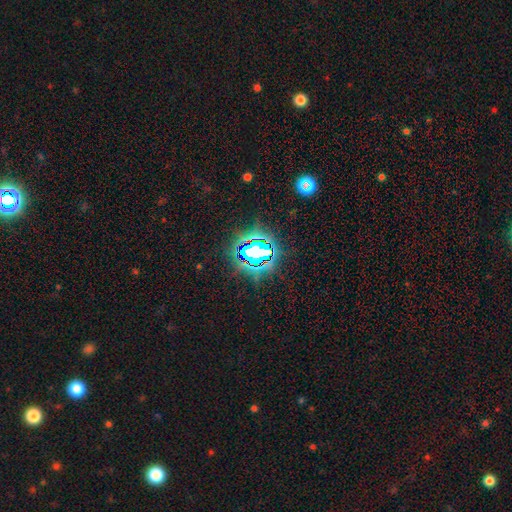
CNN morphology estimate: Q: Smooth or featured?
A: star or artifact (75%); runner-up: smooth (14%)